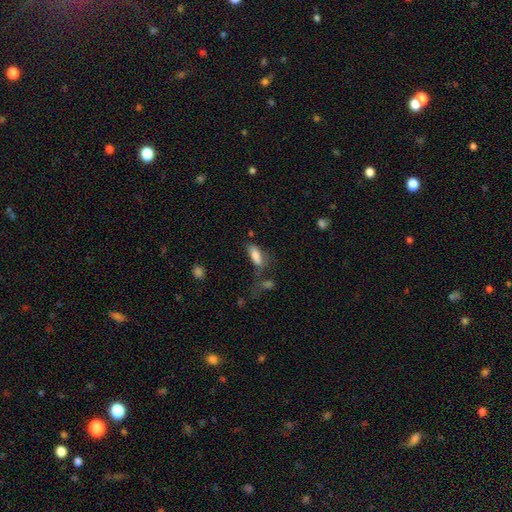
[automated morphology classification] A smooth galaxy with no disk features (80%) that is in between round and cigar-shaped (75%). Merging: none (42%).